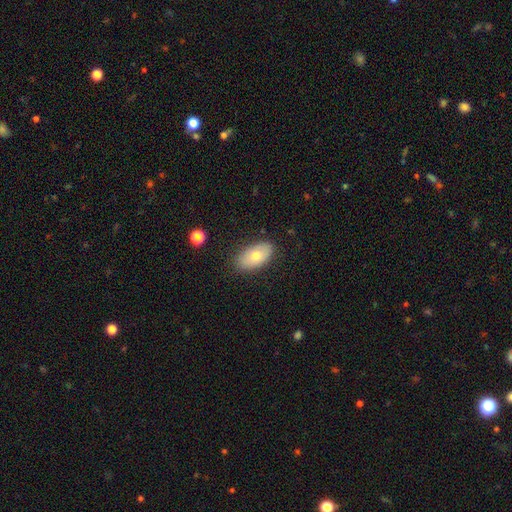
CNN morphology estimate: A smooth galaxy with no disk features (69%) that is in between round and cigar-shaped (93%).

Vote fractions:
- Smooth or featured? smooth: 69% / featured or disk: 24% / star or artifact: 7%
- How rounded? in between: 93% / round: 4% / cigar-shaped: 2%
- Merging? none: 83% / minor disturbance: 13% / major disturbance: 3% / merger: 1%